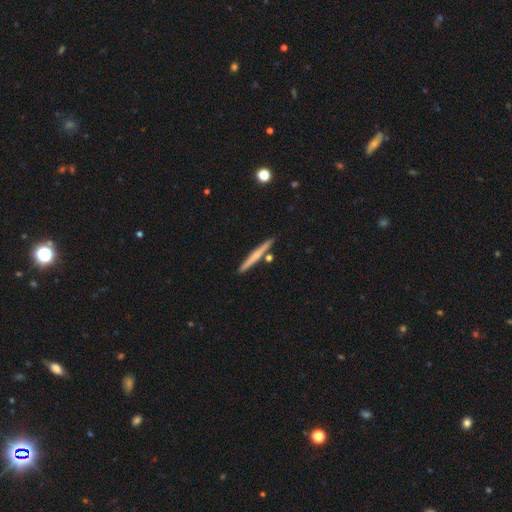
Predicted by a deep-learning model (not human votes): This is possibly a smooth galaxy (48%). Merging: clearly none (84%).